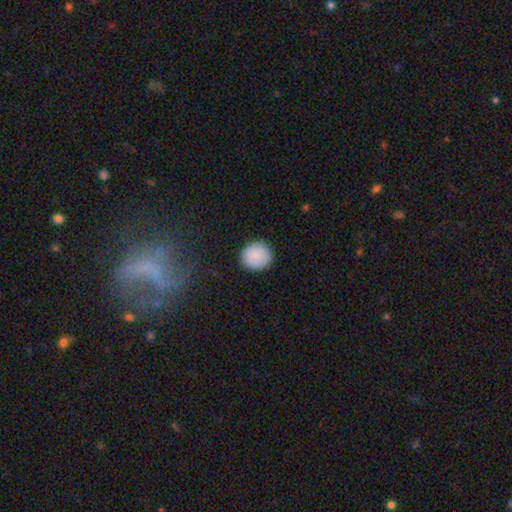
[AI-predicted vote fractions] A smooth galaxy with no disk features (89%) that is round (89%).

Vote fractions:
- Smooth or featured? smooth: 89% / star or artifact: 7% / featured or disk: 4%
- How rounded? round: 89% / in between: 11% / cigar-shaped: 1%
- Merging? none: 90% / minor disturbance: 7% / major disturbance: 2% / merger: 1%